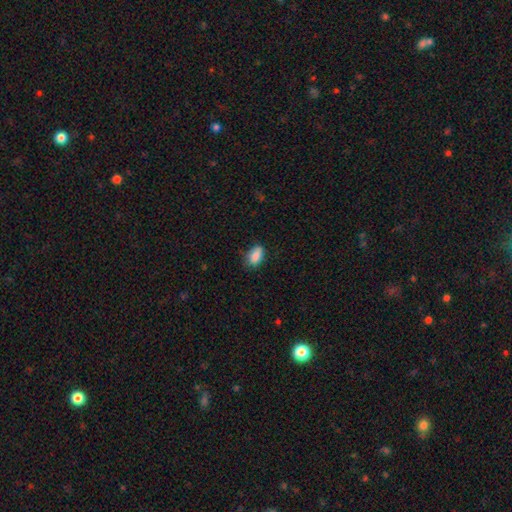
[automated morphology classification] A smooth galaxy with no disk features (87%) that is in between round and cigar-shaped (89%). Merging: none (69%).